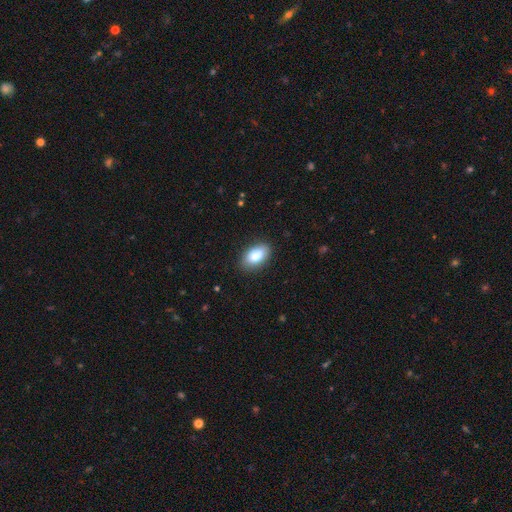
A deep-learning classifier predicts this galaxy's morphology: Q: Smooth or featured?
A: smooth (84%); runner-up: featured or disk (9%)
Q: How rounded?
A: in between (92%); runner-up: round (6%)
Q: Merging?
A: none (84%); runner-up: minor disturbance (13%)